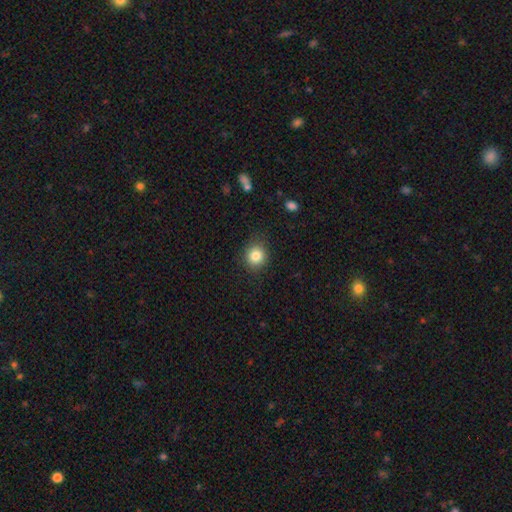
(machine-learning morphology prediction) This is clearly a smooth galaxy (84%). How rounded: clearly round (81%). Merging: clearly none (86%).